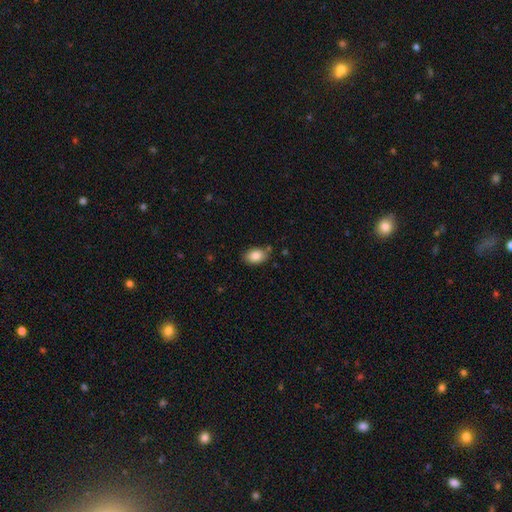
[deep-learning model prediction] Morphology: type=smooth (85%); roundness=in between (86%); merging=none (77%).